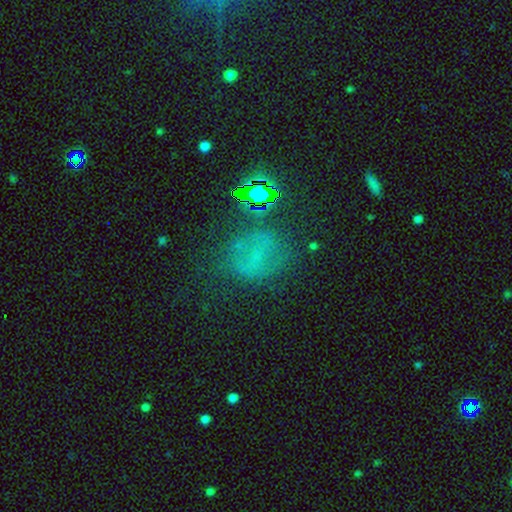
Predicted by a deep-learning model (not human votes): smooth-or-featured: smooth: 39% | star or artifact: 38% | featured or disk: 23%
  merging: none: 54% | minor disturbance: 21% | major disturbance: 20% | merger: 5%